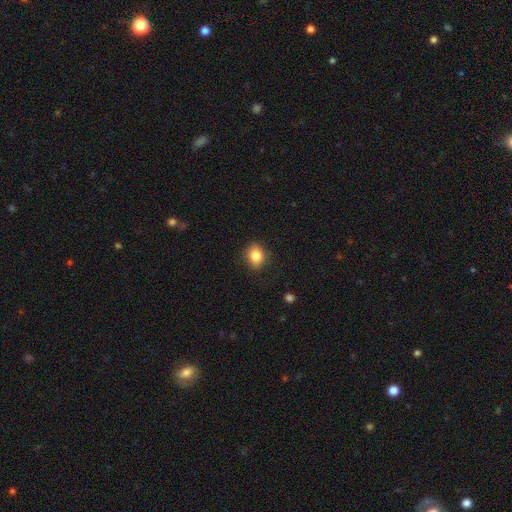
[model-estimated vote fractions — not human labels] smooth-or-featured: smooth: 85% | star or artifact: 9% | featured or disk: 6%
  how-rounded: round: 50% | in between: 49% | cigar-shaped: 1%
  merging: none: 86% | minor disturbance: 10% | major disturbance: 3% | merger: 1%